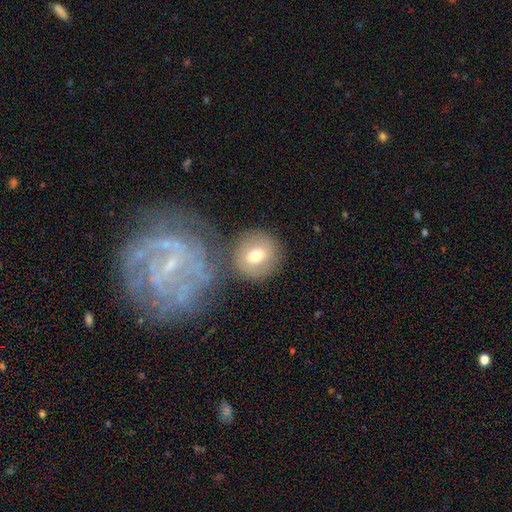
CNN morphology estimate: This appears to be a smooth galaxy with no disk features (67%) that is round (87%). Merging: none (69%).